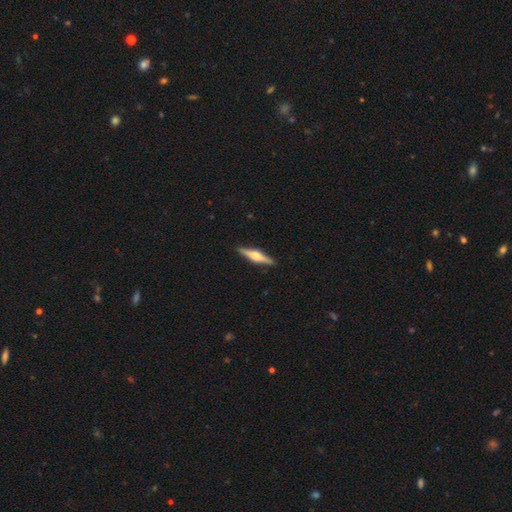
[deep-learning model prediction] A featured or disk galaxy (70%) viewed edge-on (98%) with a rounded central bulge (89%). Merging: none (91%).